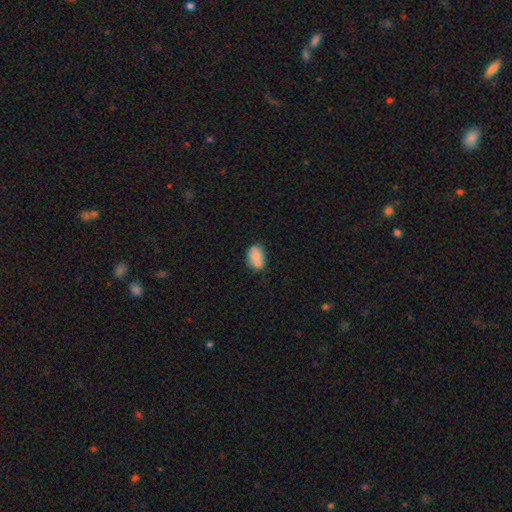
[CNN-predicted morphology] type=smooth (71%); roundness=in between (72%); merging=none (46%).